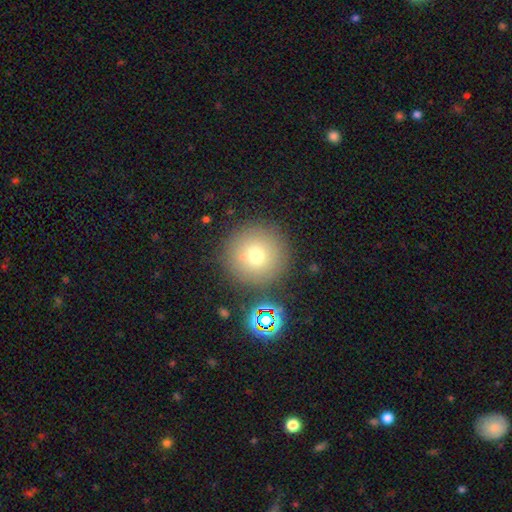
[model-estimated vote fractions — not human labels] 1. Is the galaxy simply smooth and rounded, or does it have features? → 71% smooth, 16% star or artifact, 13% featured or disk.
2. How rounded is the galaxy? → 96% round, 3% in between, 1% cigar-shaped.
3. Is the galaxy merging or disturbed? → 84% none, 8% minor disturbance, 5% merger, 3% major disturbance.